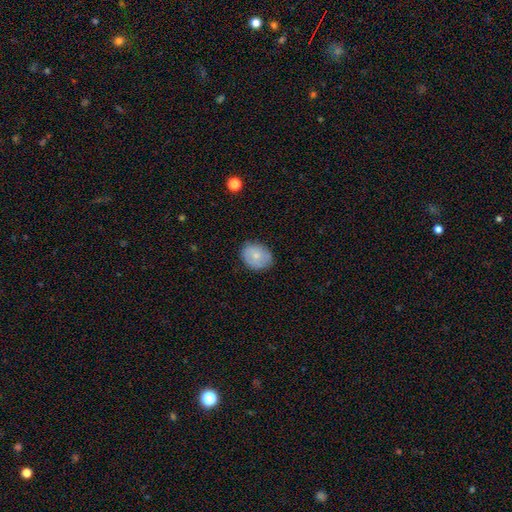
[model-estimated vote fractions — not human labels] Smooth or featured?
  - smooth: 71% *
  - featured or disk: 21%
  - star or artifact: 7%
How rounded?
  - round: 53% *
  - in between: 46%
  - cigar-shaped: 1%
Merging?
  - none: 79% *
  - minor disturbance: 16%
  - major disturbance: 3%
  - merger: 1%